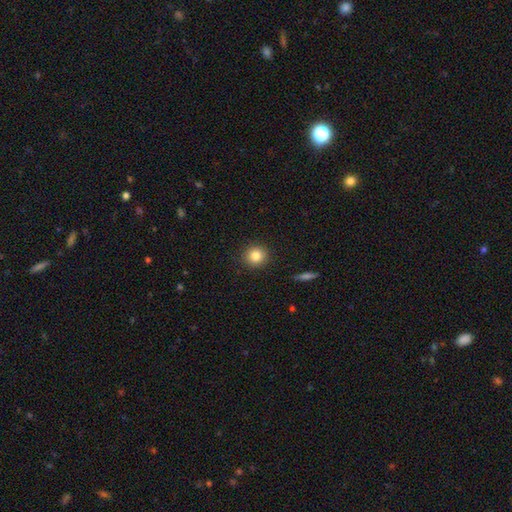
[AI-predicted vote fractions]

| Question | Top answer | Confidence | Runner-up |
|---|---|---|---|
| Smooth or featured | smooth | 83% | star or artifact (10%) |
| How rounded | round | 90% | in between (9%) |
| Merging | none | 91% | minor disturbance (6%) |